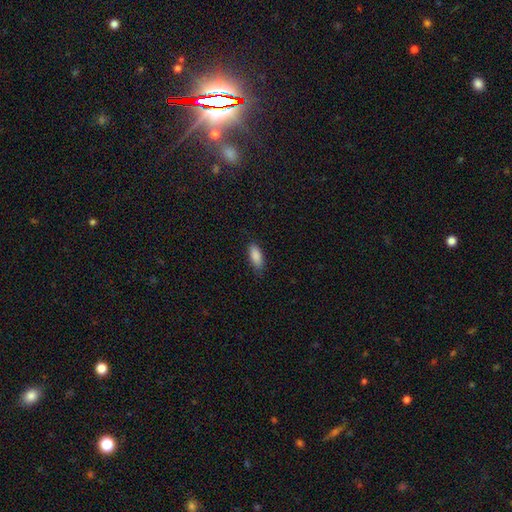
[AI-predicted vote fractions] Smooth or featured: smooth — 88% (star or artifact — 7%)
How rounded: in between — 80% (cigar-shaped — 18%)
Merging: none — 80% (minor disturbance — 16%)